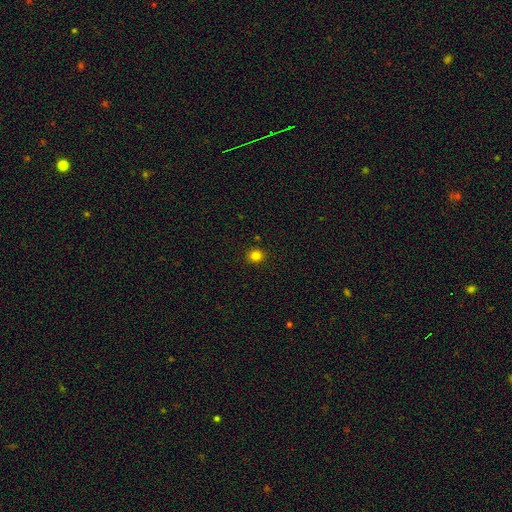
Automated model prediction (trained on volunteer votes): A smooth galaxy with no disk features (82%) that is round (87%). Merging: none (91%).